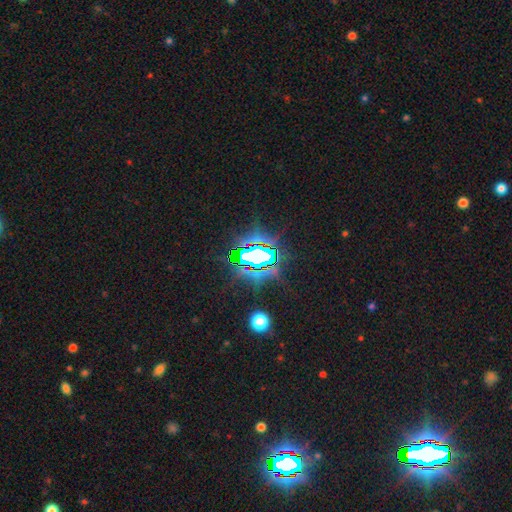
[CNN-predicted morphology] Smooth or featured? Predicted: star or artifact (p=0.75).